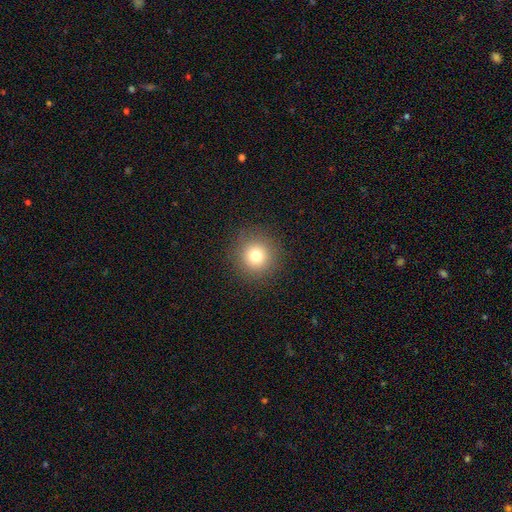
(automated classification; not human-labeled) Smooth or featured?
  - smooth: 76% *
  - star or artifact: 14%
  - featured or disk: 10%
How rounded?
  - round: 94% *
  - in between: 5%
  - cigar-shaped: 1%
Merging?
  - none: 89% *
  - minor disturbance: 6%
  - major disturbance: 3%
  - merger: 1%